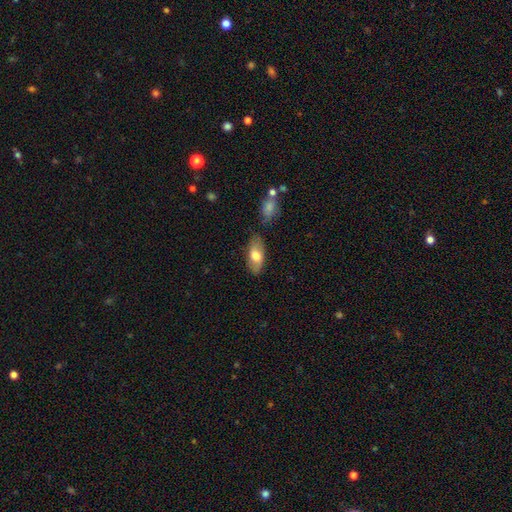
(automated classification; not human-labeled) Smooth or featured: smooth — 71% (featured or disk — 23%)
How rounded: in between — 88% (cigar-shaped — 9%)
Merging: none — 74% (minor disturbance — 17%)